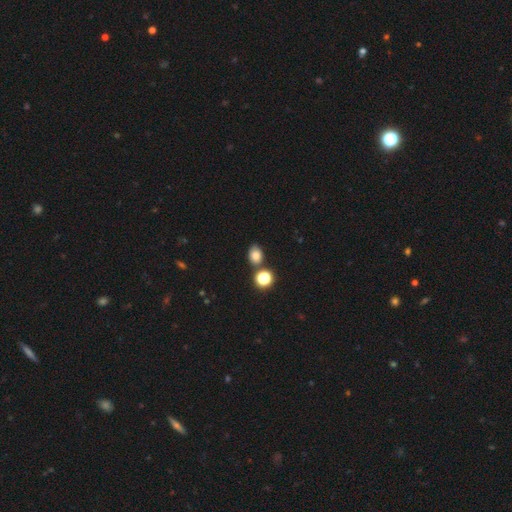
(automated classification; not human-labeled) Q: Smooth or featured?
A: smooth (78%); runner-up: star or artifact (15%)
Q: How rounded?
A: in between (61%); runner-up: round (37%)
Q: Merging?
A: none (72%); runner-up: merger (13%)